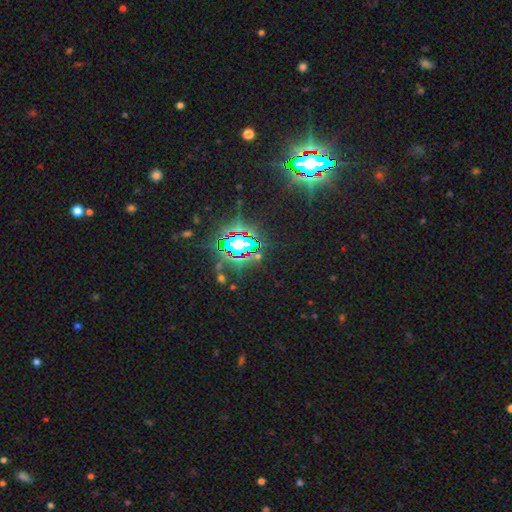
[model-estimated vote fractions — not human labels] smooth_or_featured: star or artifact (p=0.82) [alt: smooth p=0.10]